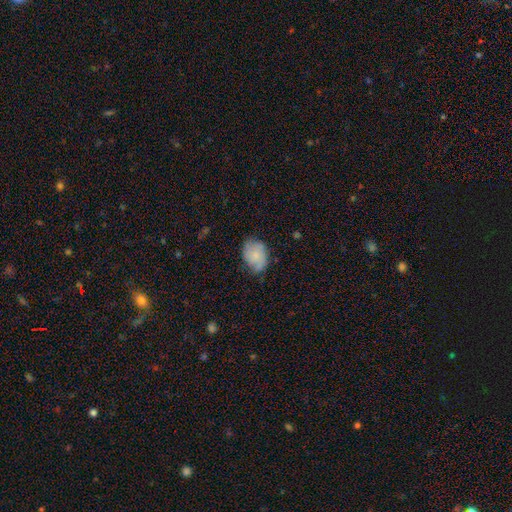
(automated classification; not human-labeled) smooth 66%, featured or disk 26%, star or artifact 8%. Down the decision tree: how rounded — in between (67%); merging — none (59%).